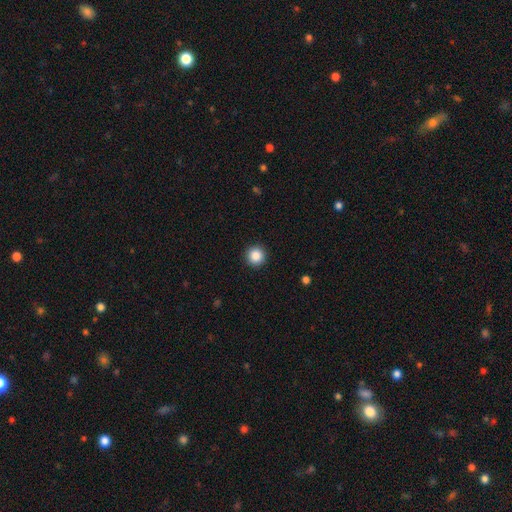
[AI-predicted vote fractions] Smooth or featured?
  - smooth: 87% *
  - star or artifact: 9%
  - featured or disk: 3%
How rounded?
  - round: 96% *
  - in between: 3%
  - cigar-shaped: 1%
Merging?
  - none: 93% *
  - minor disturbance: 5%
  - major disturbance: 2%
  - merger: 1%